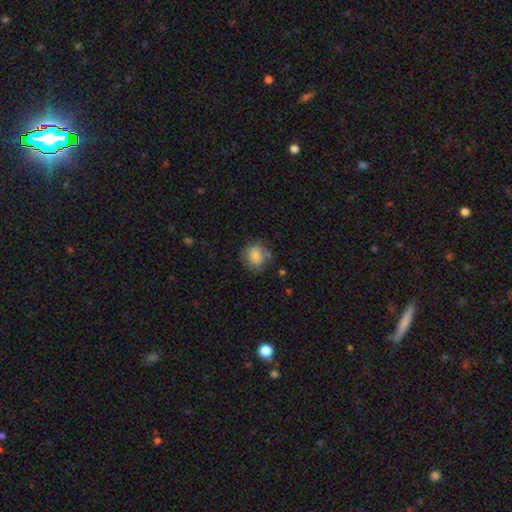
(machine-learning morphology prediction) Overall: smooth (79%). How rounded: round (71%). Merging: none (65%).